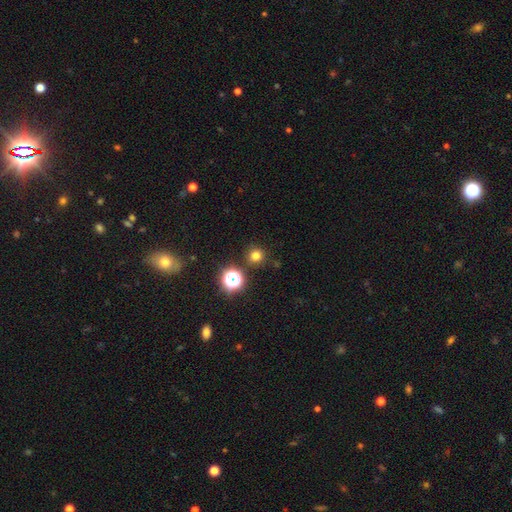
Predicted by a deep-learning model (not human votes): Q: Smooth or featured?
A: smooth (73%); runner-up: star or artifact (21%)
Q: How rounded?
A: round (93%); runner-up: in between (6%)
Q: Merging?
A: none (88%); runner-up: minor disturbance (7%)